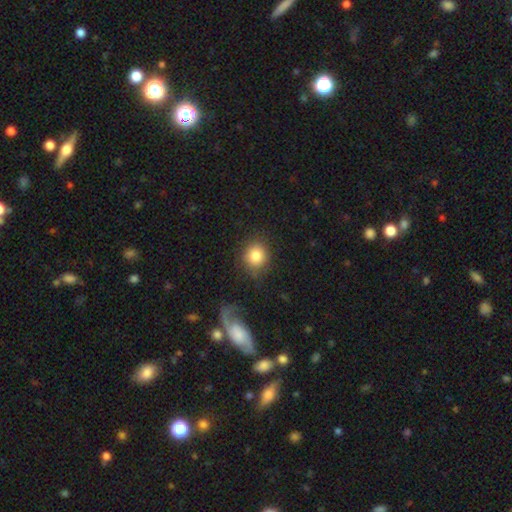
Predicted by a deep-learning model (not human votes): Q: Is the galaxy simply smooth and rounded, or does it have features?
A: smooth — 83%.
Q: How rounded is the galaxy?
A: round — 81%.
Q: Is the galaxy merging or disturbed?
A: none — 79%.